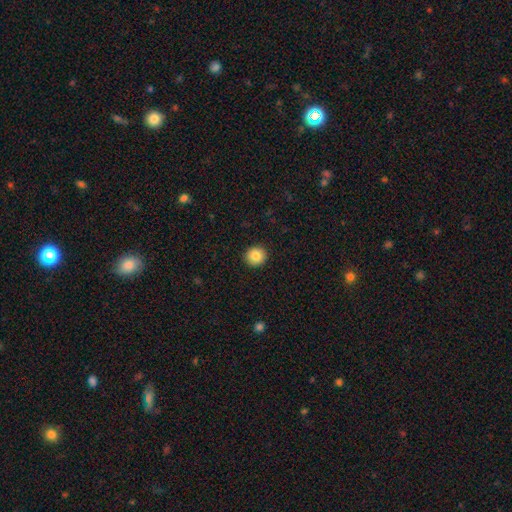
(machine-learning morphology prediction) A smooth galaxy with no disk features (84%) that is round (90%). Merging: none (92%).